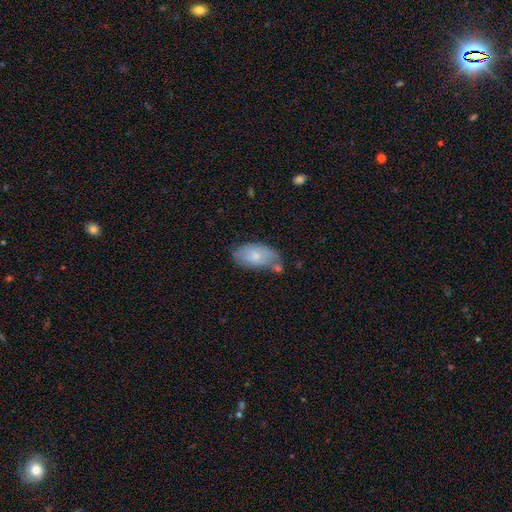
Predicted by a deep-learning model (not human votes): Overall: smooth (68%). How rounded: in between (93%). Merging: none (50%; minor disturbance 29%).